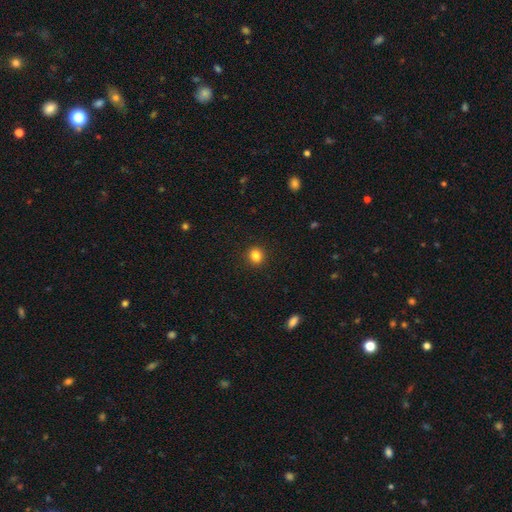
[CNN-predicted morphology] Overall: smooth (84%). How rounded: round (85%). Merging: none (92%).